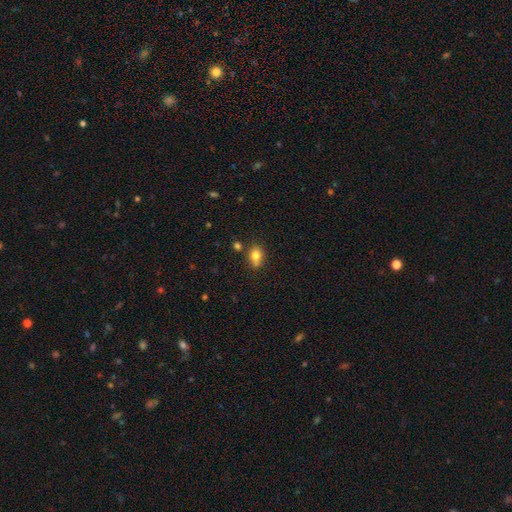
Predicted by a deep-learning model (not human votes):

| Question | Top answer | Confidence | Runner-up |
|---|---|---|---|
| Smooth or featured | smooth | 78% | star or artifact (11%) |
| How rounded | in between | 58% | round (41%) |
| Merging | none | 63% | minor disturbance (18%) |